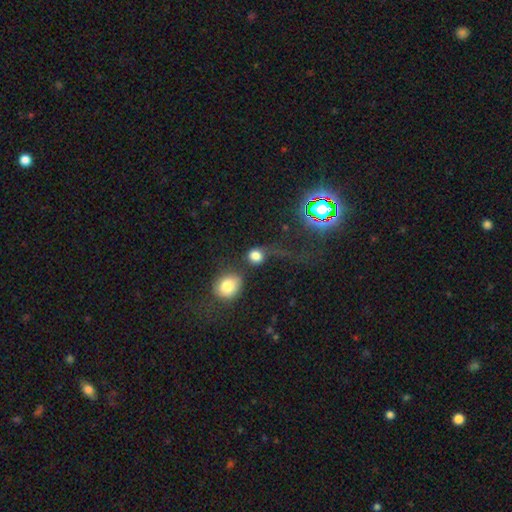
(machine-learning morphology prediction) Overall: smooth (77%). How rounded: round (78%). Merging: none (44%; major disturbance 23%).